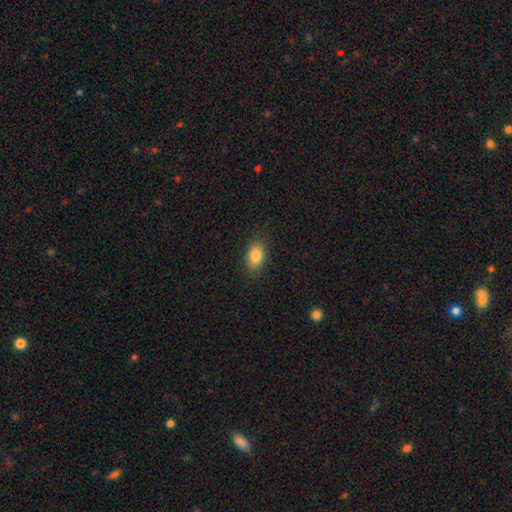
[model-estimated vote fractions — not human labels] smooth-or-featured: smooth: 83% | featured or disk: 9% | star or artifact: 9%
  how-rounded: in between: 85% | round: 12% | cigar-shaped: 2%
  merging: none: 84% | minor disturbance: 12% | major disturbance: 3% | merger: 1%